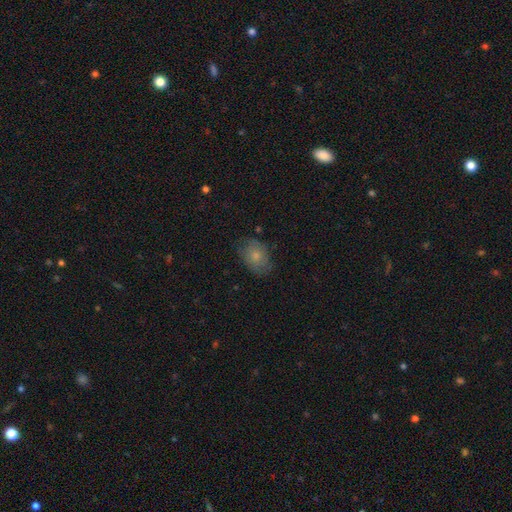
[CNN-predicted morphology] A smooth galaxy with no disk features (72%) that is in between round and cigar-shaped (74%).

Vote fractions:
- Smooth or featured? smooth: 72% / featured or disk: 20% / star or artifact: 8%
- How rounded? in between: 74% / round: 25% / cigar-shaped: 1%
- Merging? none: 68% / minor disturbance: 24% / major disturbance: 7% / merger: 1%